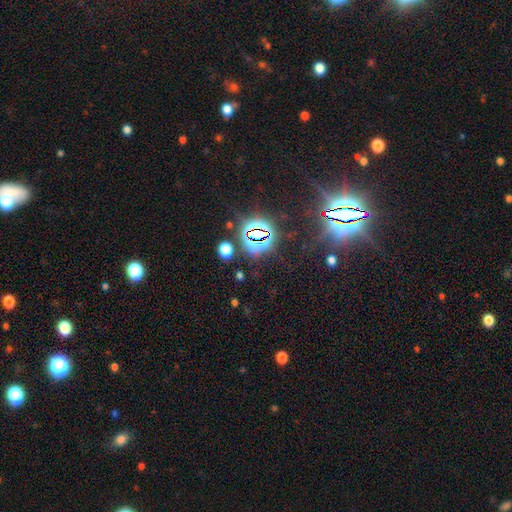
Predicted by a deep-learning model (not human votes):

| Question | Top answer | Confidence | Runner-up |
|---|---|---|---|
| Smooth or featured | star or artifact | 83% | smooth (9%) |